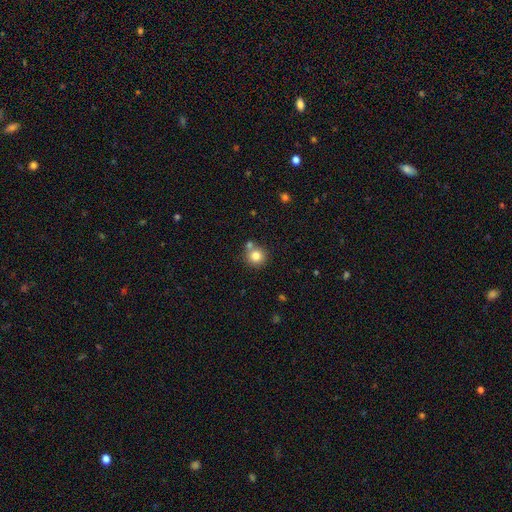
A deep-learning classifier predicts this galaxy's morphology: Overall: smooth (81%). How rounded: round (92%). Merging: none (67%).